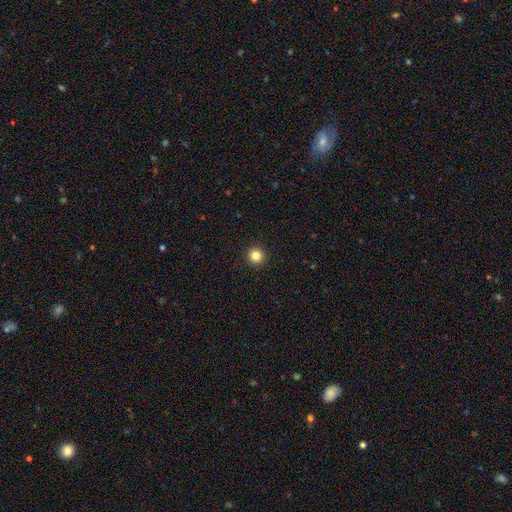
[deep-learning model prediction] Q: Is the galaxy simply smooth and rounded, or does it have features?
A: smooth — 84%.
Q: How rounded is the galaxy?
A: round — 96%.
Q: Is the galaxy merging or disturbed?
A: none — 94%.